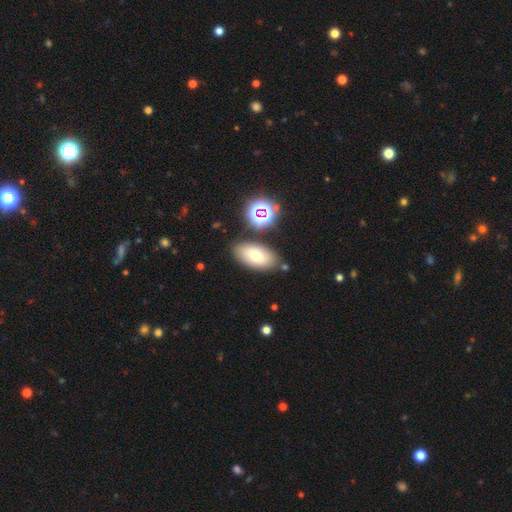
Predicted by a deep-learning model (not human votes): smooth-or-featured: smooth: 65% | featured or disk: 23% | star or artifact: 12%
  how-rounded: in between: 91% | round: 5% | cigar-shaped: 4%
  merging: none: 79% | minor disturbance: 11% | merger: 6% | major disturbance: 3%